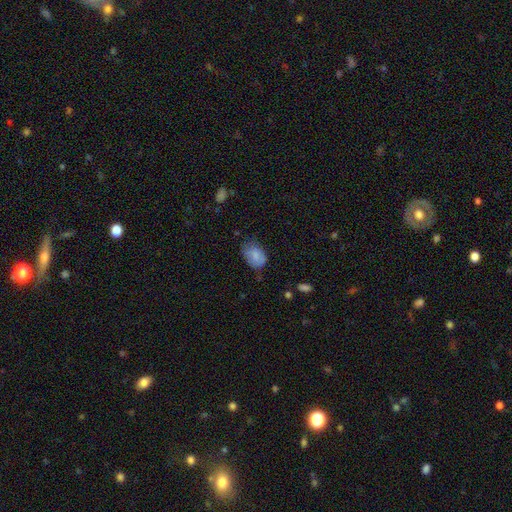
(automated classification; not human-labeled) The model was most divided on "merging": none: 53%, minor disturbance: 35%, major disturbance: 11%, merger: 2%. More confident: how rounded — in between (78%); smooth or featured — smooth (77%).